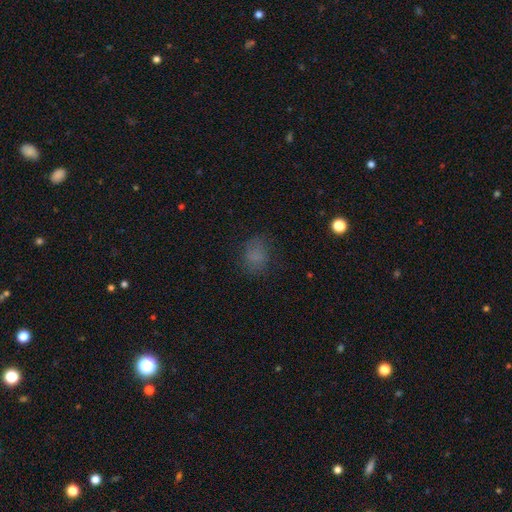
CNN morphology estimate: Smooth or featured?
  - smooth: 73% *
  - star or artifact: 17%
  - featured or disk: 10%
How rounded?
  - round: 53% *
  - in between: 45%
  - cigar-shaped: 1%
Merging?
  - none: 71% *
  - minor disturbance: 18%
  - major disturbance: 9%
  - merger: 2%